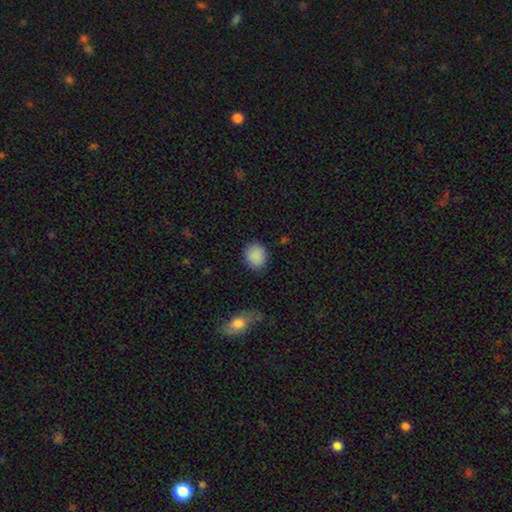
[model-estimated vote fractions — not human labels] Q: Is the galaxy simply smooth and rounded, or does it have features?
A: smooth — 89%.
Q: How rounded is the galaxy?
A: round — 69%.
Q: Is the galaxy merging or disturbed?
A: none — 85%.